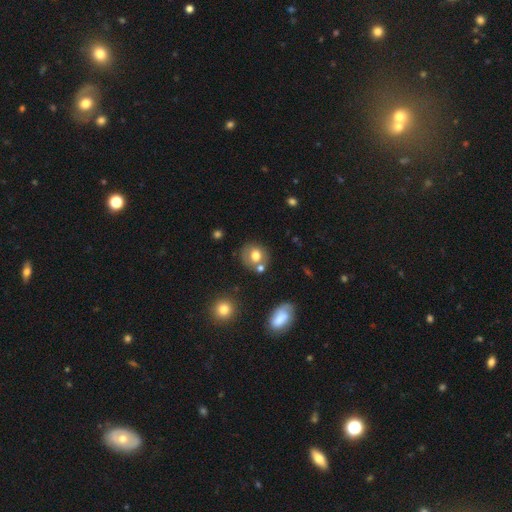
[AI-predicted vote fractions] Smooth or featured? smooth (69%)
How rounded? round (74%)
Merging? none (65%)